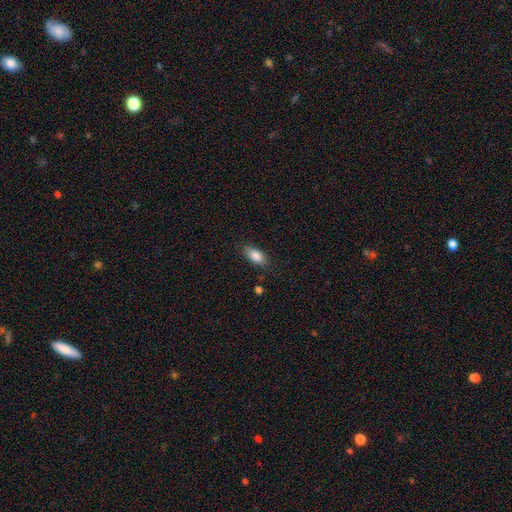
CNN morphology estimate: A smooth galaxy with no disk features (84%) that is in between round and cigar-shaped (87%). Merging: none (81%).